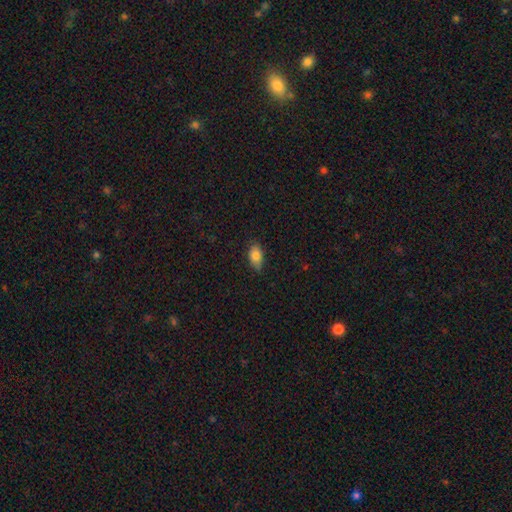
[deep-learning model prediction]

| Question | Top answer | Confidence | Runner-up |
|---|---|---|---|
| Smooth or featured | smooth | 82% | featured or disk (10%) |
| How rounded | in between | 89% | round (7%) |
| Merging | none | 76% | minor disturbance (20%) |